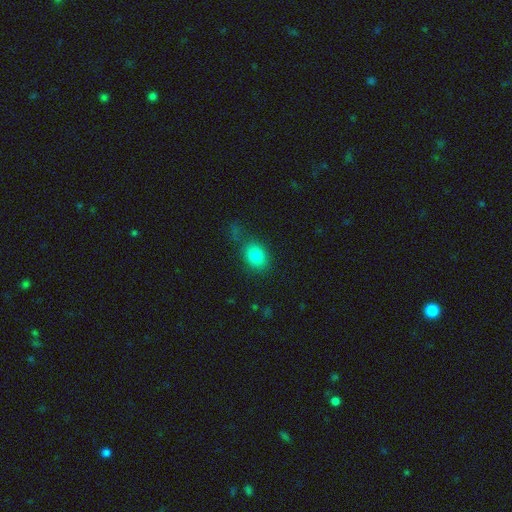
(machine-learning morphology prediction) Smooth or featured?
  - smooth: 82% *
  - star or artifact: 10%
  - featured or disk: 8%
How rounded?
  - in between: 59% *
  - round: 40%
  - cigar-shaped: 1%
Merging?
  - none: 69% *
  - minor disturbance: 16%
  - merger: 8%
  - major disturbance: 8%